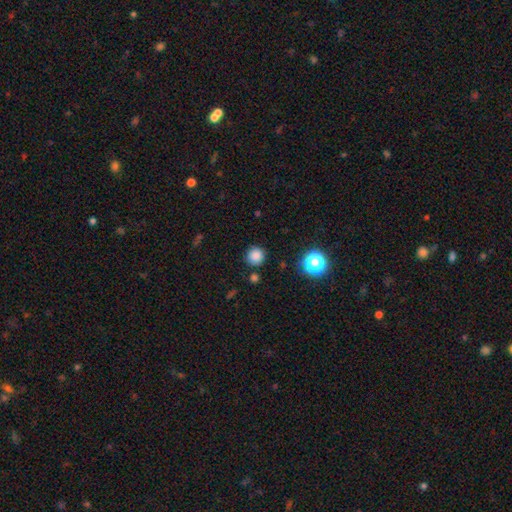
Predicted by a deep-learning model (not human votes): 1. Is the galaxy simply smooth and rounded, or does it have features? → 83% smooth, 13% star or artifact, 4% featured or disk.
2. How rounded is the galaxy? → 94% round, 5% in between, 1% cigar-shaped.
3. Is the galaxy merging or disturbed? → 86% none, 8% minor disturbance, 3% merger, 3% major disturbance.